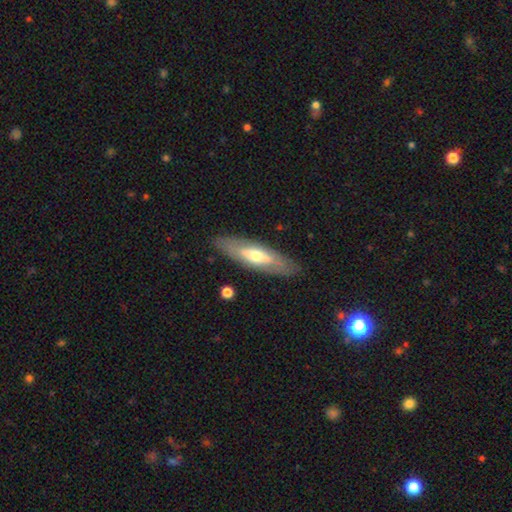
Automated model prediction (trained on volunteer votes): A featured or disk galaxy (52%).

Vote fractions:
- Smooth or featured? featured or disk: 52% / smooth: 43% / star or artifact: 5%
- Edge-on disk? no: 54% / yes: 46%
- Merging? none: 85% / minor disturbance: 11% / major disturbance: 3% / merger: 1%